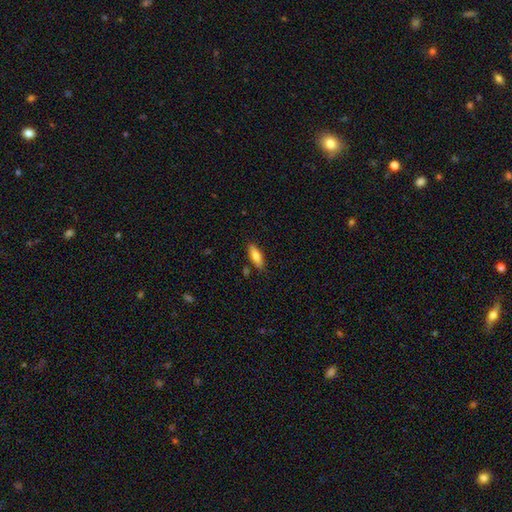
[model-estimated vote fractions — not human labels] Overall: smooth (77%). How rounded: in between (57%; cigar-shaped 41%). Merging: none (83%).